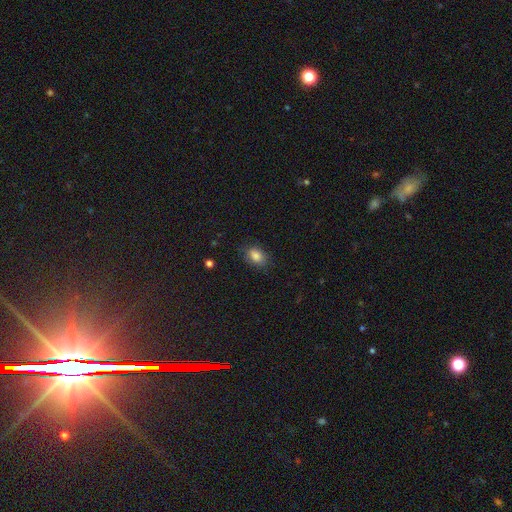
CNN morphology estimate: Smooth or featured: smooth — 84% (star or artifact — 9%)
How rounded: in between — 81% (round — 18%)
Merging: none — 79% (minor disturbance — 16%)